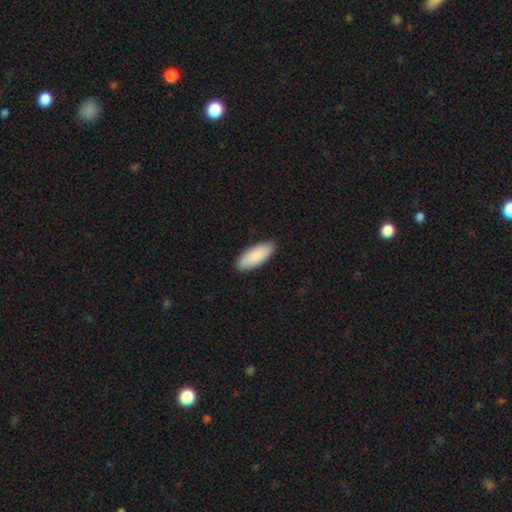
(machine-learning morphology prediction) Smooth or featured?
  - smooth: 89% *
  - featured or disk: 6%
  - star or artifact: 5%
How rounded?
  - in between: 78% *
  - cigar-shaped: 21%
  - round: 2%
Merging?
  - none: 88% *
  - minor disturbance: 10%
  - major disturbance: 2%
  - merger: 1%